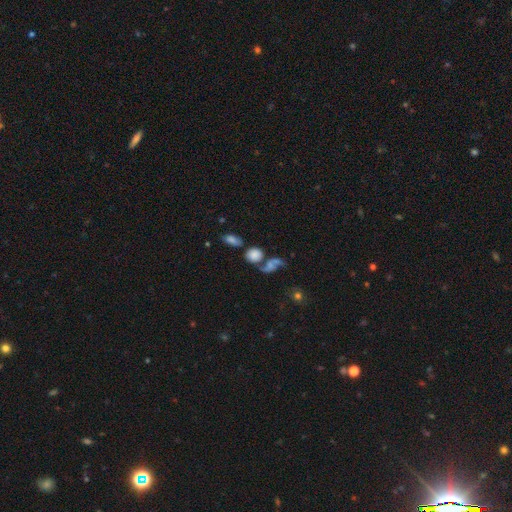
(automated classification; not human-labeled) Morphology: type=smooth (47%); merging=none (44%).